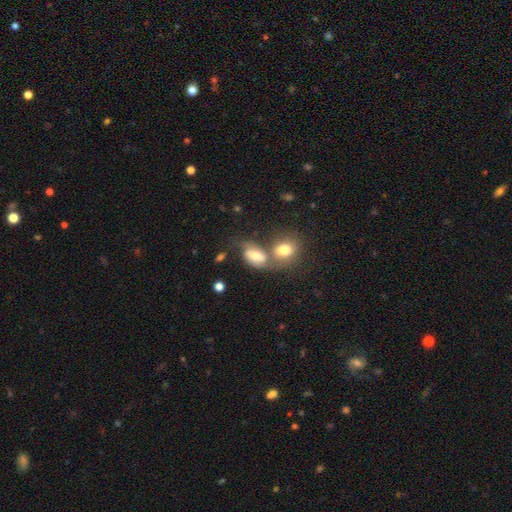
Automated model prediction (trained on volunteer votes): This appears to be a smooth galaxy with no disk features (50%) that is in between round and cigar-shaped (77%). Merging: merger (57%).